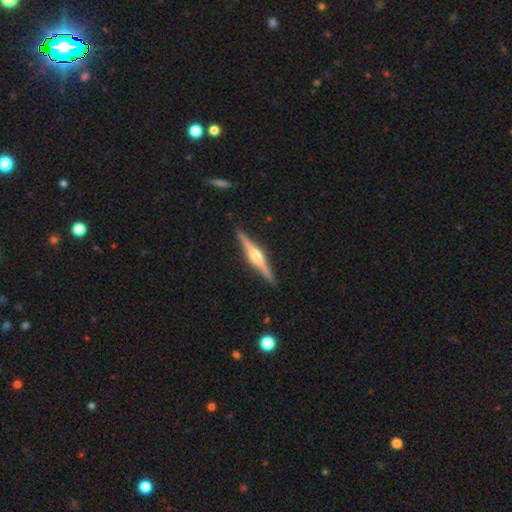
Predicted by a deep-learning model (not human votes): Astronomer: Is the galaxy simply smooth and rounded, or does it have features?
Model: featured or disk — 82%.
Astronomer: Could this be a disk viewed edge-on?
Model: yes — 98%.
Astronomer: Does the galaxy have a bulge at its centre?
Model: rounded — 89%.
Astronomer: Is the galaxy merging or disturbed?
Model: none — 91%.